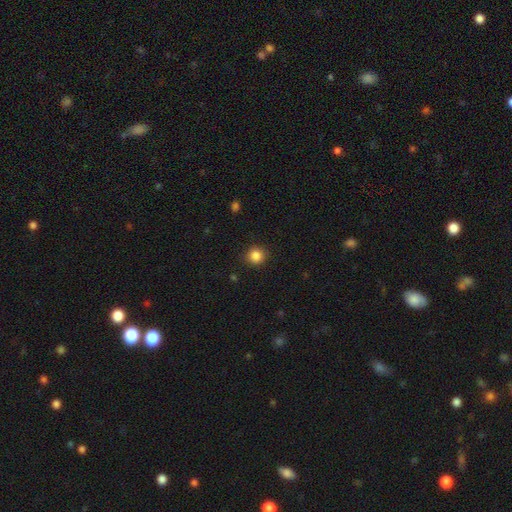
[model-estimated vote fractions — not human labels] A smooth galaxy with no disk features (86%) that is round (91%).

Vote fractions:
- Smooth or featured? smooth: 86% / star or artifact: 11% / featured or disk: 3%
- How rounded? round: 91% / in between: 8% / cigar-shaped: 1%
- Merging? none: 89% / minor disturbance: 8% / major disturbance: 2% / merger: 1%